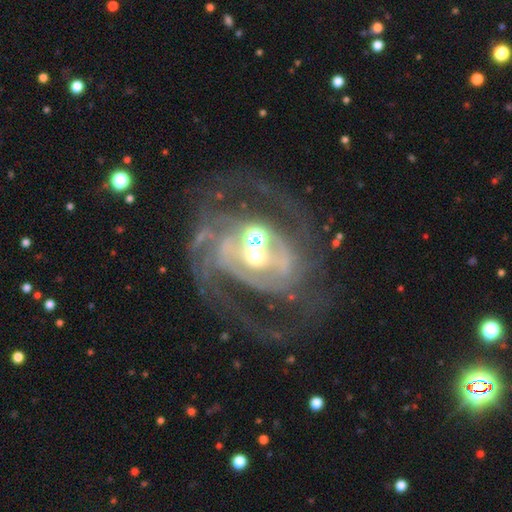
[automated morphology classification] smooth-or-featured: featured or disk: 87% | star or artifact: 7% | smooth: 6%
  disk-edge-on: no: 97% | yes: 3%
    bar: no: 39% | weak: 35% | strong: 25%
    has-spiral-arms: yes: 91% | no: 9%
      spiral-winding: medium: 44% | tight: 36% | loose: 19%
      spiral-arm-count: 2: 44% | can't tell: 22% | 3: 15% | 1: 8% | 4: 5% | more than 4: 5%
    bulge-size: moderate: 58% | small: 28% | large: 10% | none: 3% | dominant: 2%
  merging: none: 33% | merger: 28% | major disturbance: 26% | minor disturbance: 13%